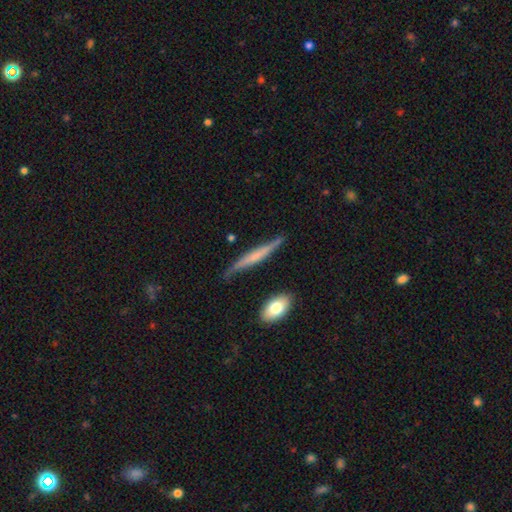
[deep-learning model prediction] featured or disk 54%, smooth 39%, star or artifact 6%. Down the decision tree: edge-on disk — yes (90%); merging — none (75%).